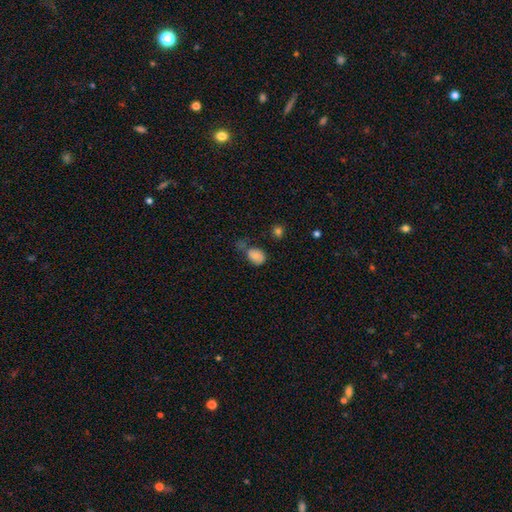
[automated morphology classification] Overall: smooth (78%). How rounded: in between (63%; round 35%). Merging: none (49%; minor disturbance 27%).